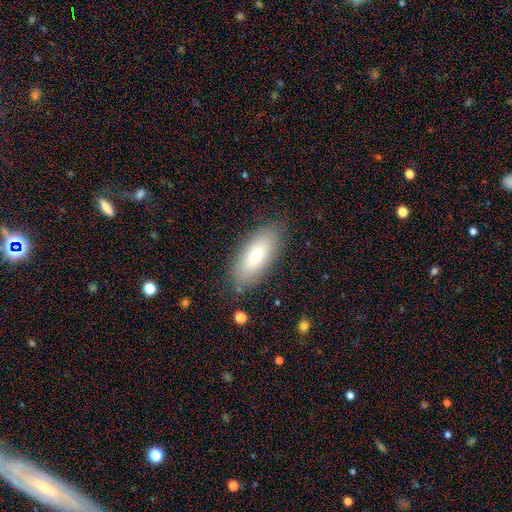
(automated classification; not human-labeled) smooth 81%, featured or disk 12%, star or artifact 7%. Down the decision tree: how rounded — in between (82%); merging — none (84%).